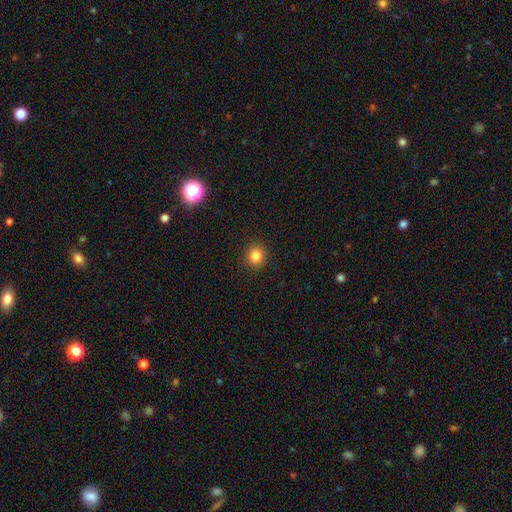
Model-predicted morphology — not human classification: type=smooth (83%); roundness=round (84%); merging=none (91%).